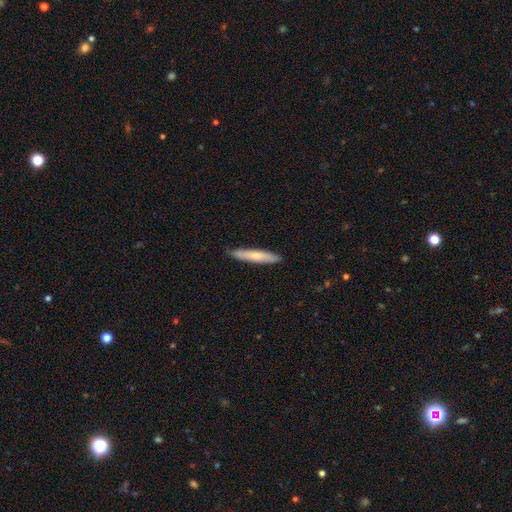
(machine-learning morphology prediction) Smooth or featured? smooth (68%)
How rounded? cigar-shaped (92%)
Merging? none (87%)